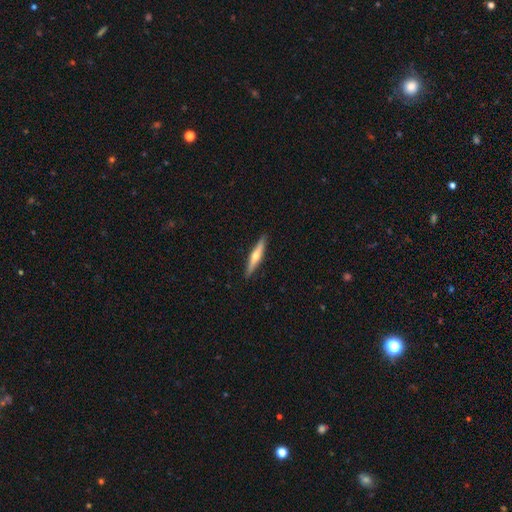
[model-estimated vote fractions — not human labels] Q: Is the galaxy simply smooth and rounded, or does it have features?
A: featured or disk — 63%.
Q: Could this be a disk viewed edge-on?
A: yes — 97%.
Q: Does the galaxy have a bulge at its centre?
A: rounded — 92%.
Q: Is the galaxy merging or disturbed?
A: none — 91%.